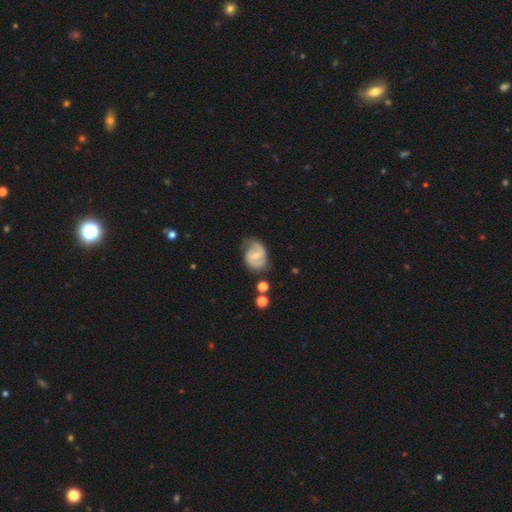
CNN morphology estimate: A featured or disk galaxy (73%) with a weak bar (55%), 2 (80%) medium (48%) spiral arms (90%) and a small central bulge (56%).

Vote fractions:
- Smooth or featured? featured or disk: 73% / smooth: 21% / star or artifact: 6%
- Edge-on disk? no: 97% / yes: 3%
- Bar? weak: 55% / no: 24% / strong: 21%
- Spiral arms? yes: 90% / no: 10%
- Spiral winding? medium: 48% / tight: 28% / loose: 24%
- Spiral arm count? 2: 80% / can't tell: 10% / 1: 6% / 3: 2% / 4: 1% / more than 4: 1%
- Bulge size? small: 56% / moderate: 32% / none: 10% / large: 2% / dominant: 1%
- Merging? none: 60% / minor disturbance: 26% / major disturbance: 11% / merger: 3%